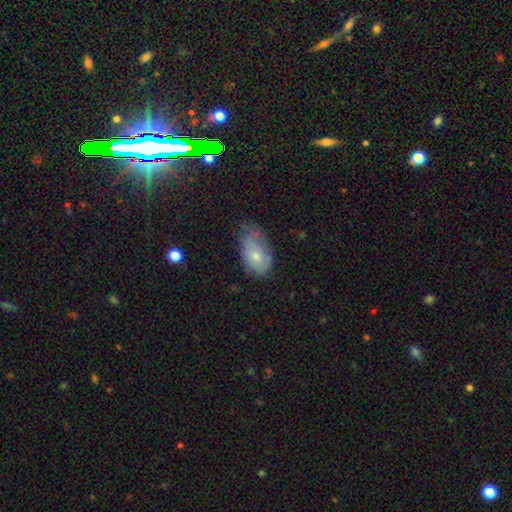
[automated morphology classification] This appears to be a smooth galaxy with no disk features (65%) that is in between round and cigar-shaped (90%). Merging: minor disturbance (43%).